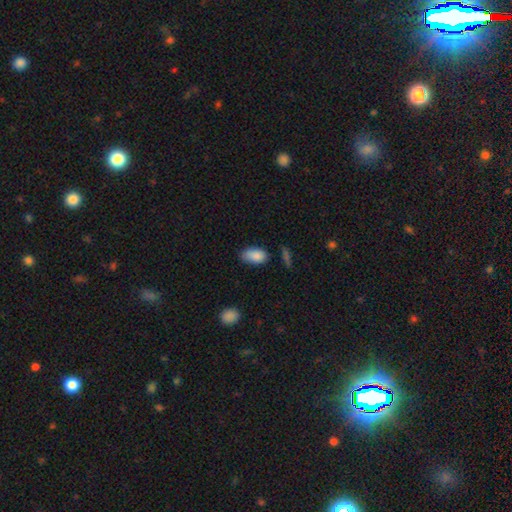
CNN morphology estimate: Smooth or featured?
  - smooth: 88% *
  - star or artifact: 8%
  - featured or disk: 5%
How rounded?
  - in between: 93% *
  - round: 5%
  - cigar-shaped: 2%
Merging?
  - none: 70% *
  - minor disturbance: 23%
  - major disturbance: 4%
  - merger: 3%